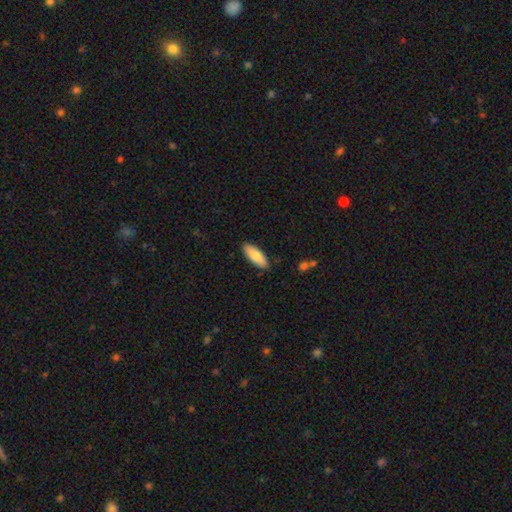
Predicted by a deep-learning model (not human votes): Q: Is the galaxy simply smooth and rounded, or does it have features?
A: smooth — 83%.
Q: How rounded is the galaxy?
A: in between — 71%.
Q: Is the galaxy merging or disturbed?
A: none — 88%.